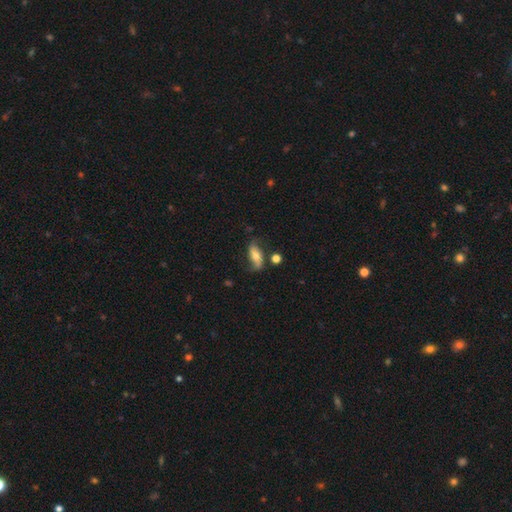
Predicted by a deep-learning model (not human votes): A featured or disk galaxy (49%). Merging: none (65%).